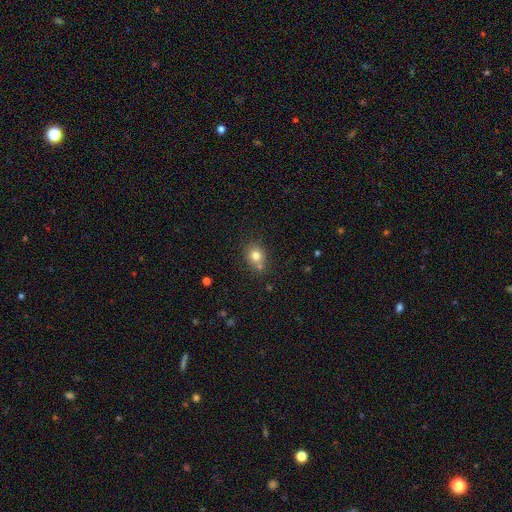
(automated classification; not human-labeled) Smooth or featured: smooth — 78% (star or artifact — 13%)
How rounded: round — 72% (in between — 27%)
Merging: none — 65% (merger — 18%)